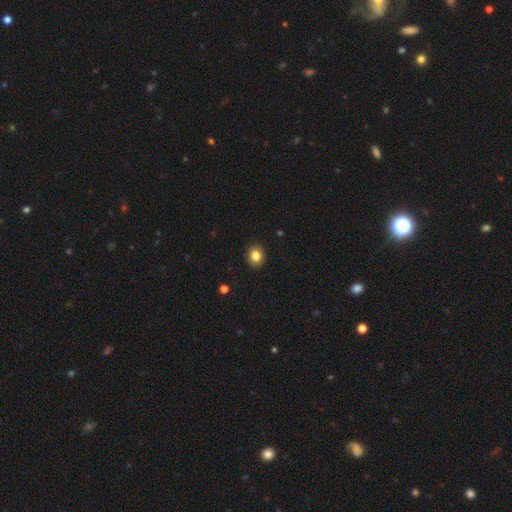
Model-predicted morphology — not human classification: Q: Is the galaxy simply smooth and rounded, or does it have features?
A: smooth — 84%.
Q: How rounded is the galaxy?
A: round — 67%.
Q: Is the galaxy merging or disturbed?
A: none — 92%.